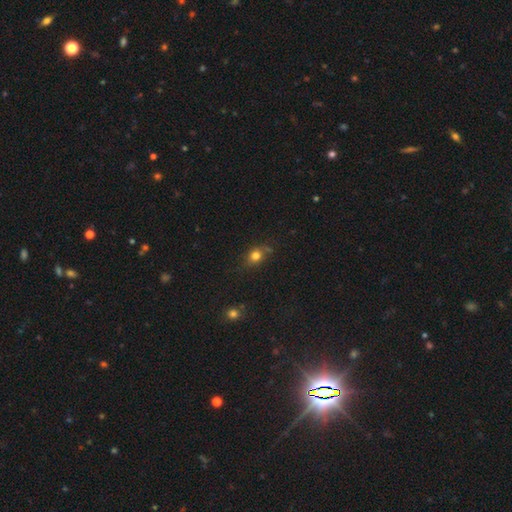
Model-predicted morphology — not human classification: The model was most divided on "how rounded": round: 62%, in between: 36%, cigar-shaped: 2%. More confident: smooth or featured — smooth (77%); merging — none (68%).